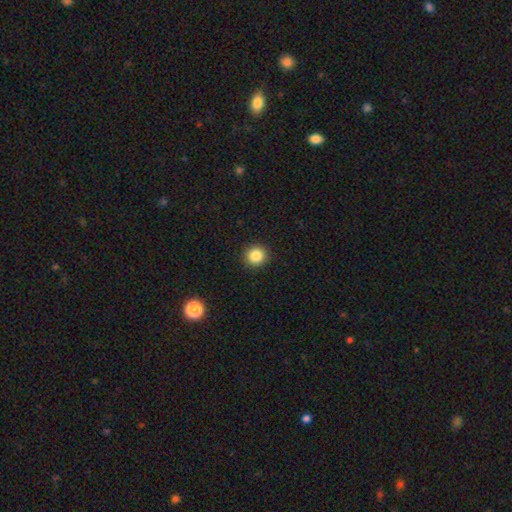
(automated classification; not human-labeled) Overall: smooth (85%). How rounded: round (93%). Merging: none (92%).